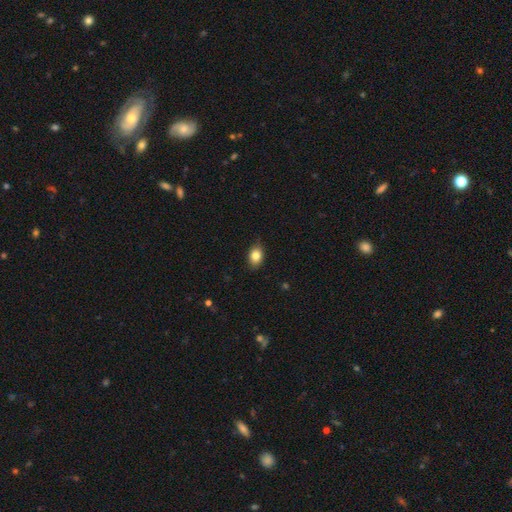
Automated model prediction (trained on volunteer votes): Overall: smooth (83%). How rounded: in between (79%). Merging: none (82%).